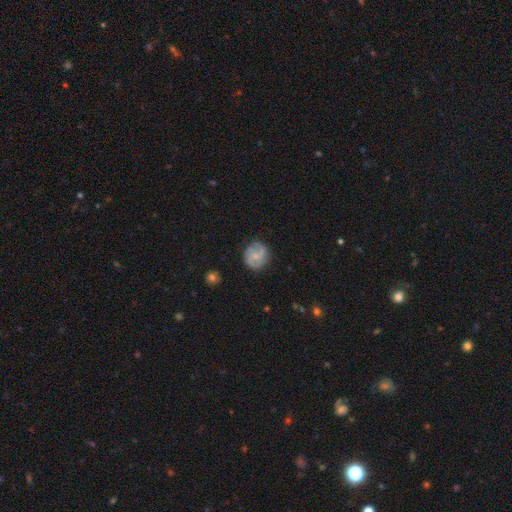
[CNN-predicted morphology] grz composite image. It shows a featured or disk galaxy (69%) with no bar (55%), 2 (62%) medium (49%) spiral arms (93%) and a small central bulge (62%). Merging: none (81%).